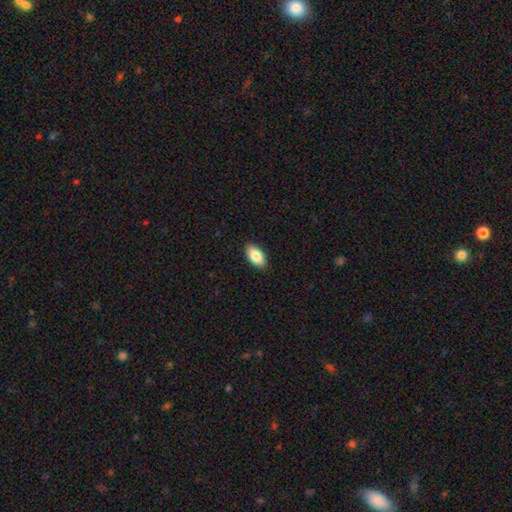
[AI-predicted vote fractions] smooth 85%, featured or disk 8%, star or artifact 7%. Down the decision tree: how rounded — in between (94%); merging — none (90%).